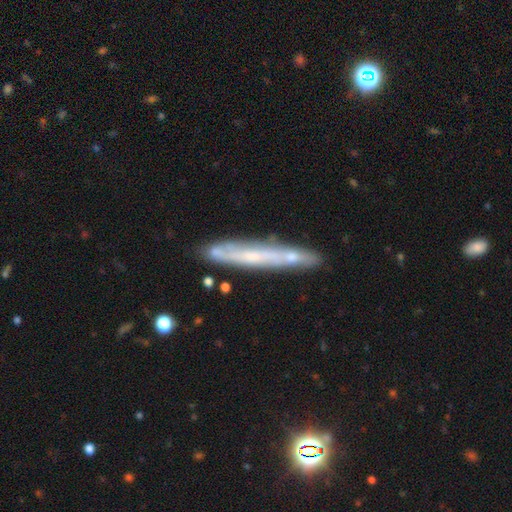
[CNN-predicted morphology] Overall: featured or disk (59%; smooth 32%). Edge-on disk: yes (78%). Merging: none (77%).